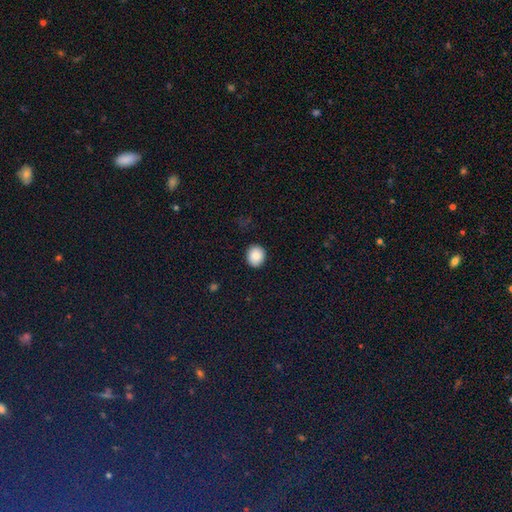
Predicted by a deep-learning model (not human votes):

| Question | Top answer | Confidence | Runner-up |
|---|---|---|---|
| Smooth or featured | smooth | 87% | star or artifact (8%) |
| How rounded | round | 69% | in between (30%) |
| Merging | none | 90% | minor disturbance (7%) |